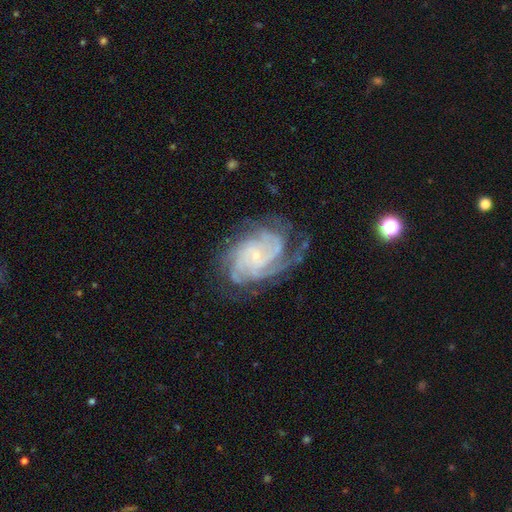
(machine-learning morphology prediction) Smooth or featured? featured or disk (89%)
Edge-on disk? no (97%)
Bar? no (72%)
Spiral arms? yes (98%)
Spiral winding? tight (66%)
Spiral arm count? 4 (30%)
Bulge size? small (84%)
Merging? none (67%)